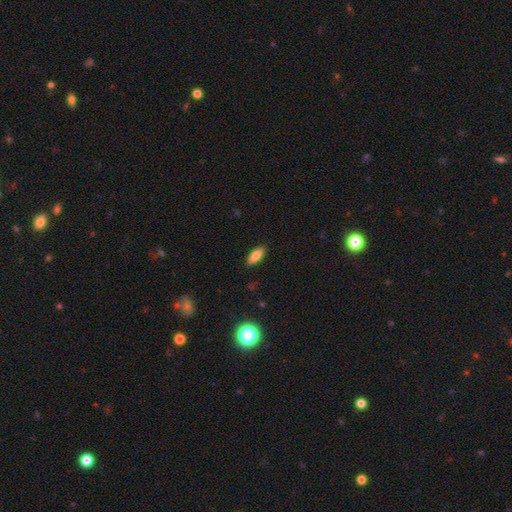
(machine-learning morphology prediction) smooth-or-featured: smooth: 80% | featured or disk: 12% | star or artifact: 8%
  how-rounded: in between: 81% | cigar-shaped: 16% | round: 2%
  merging: none: 89% | minor disturbance: 8% | major disturbance: 2% | merger: 1%